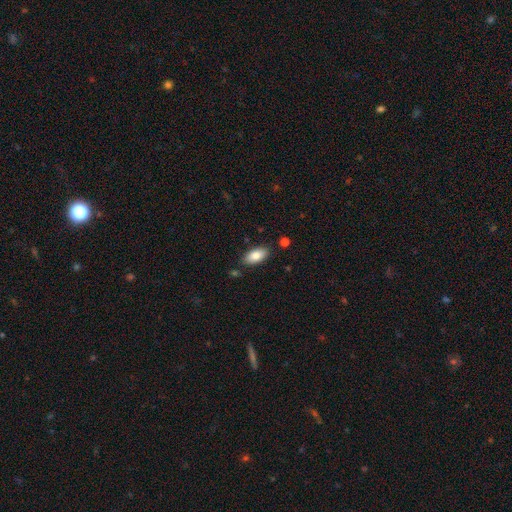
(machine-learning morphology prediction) type=smooth (84%); roundness=in between (92%); merging=none (84%).